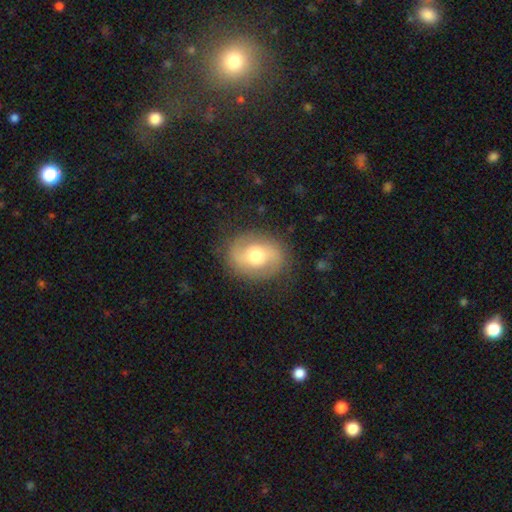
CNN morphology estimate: This appears to be a featured or disk galaxy (53%) with no bar (54%), spiral arms (71%) and a moderate central bulge (68%). Merging: none (81%).